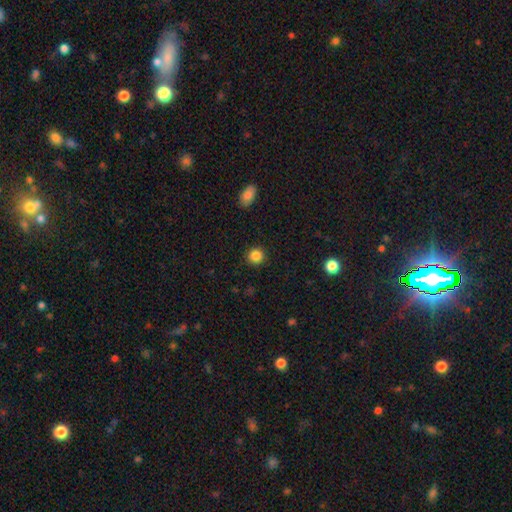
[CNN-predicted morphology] A smooth galaxy with no disk features (86%) that is round (91%).

Vote fractions:
- Smooth or featured? smooth: 86% / star or artifact: 10% / featured or disk: 4%
- How rounded? round: 91% / in between: 8% / cigar-shaped: 1%
- Merging? none: 92% / minor disturbance: 5% / major disturbance: 2% / merger: 1%